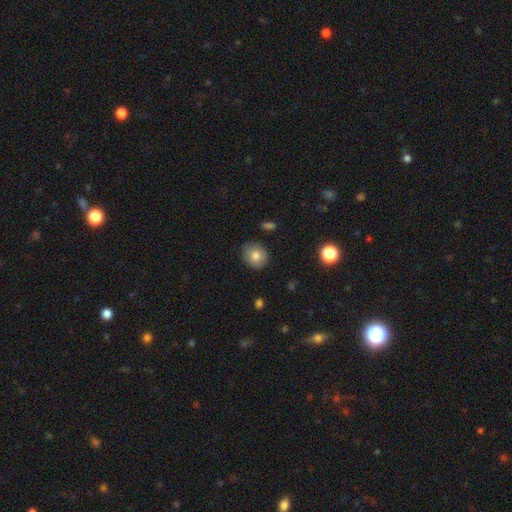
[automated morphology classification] Smooth or featured? smooth (80%)
How rounded? round (66%)
Merging? none (85%)